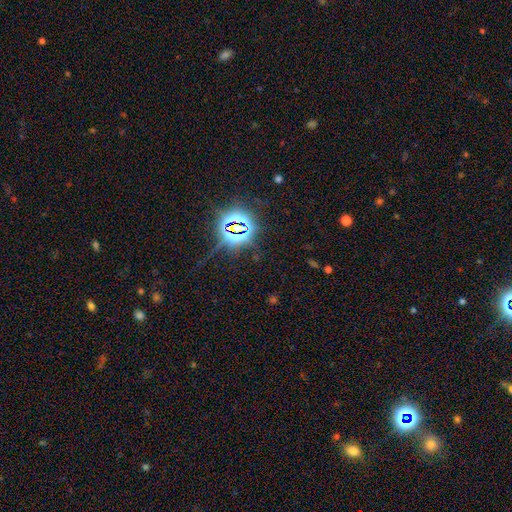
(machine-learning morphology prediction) A star or artifact, not a galaxy (81%).

Vote fractions:
- Smooth or featured? star or artifact: 81% / smooth: 11% / featured or disk: 7%